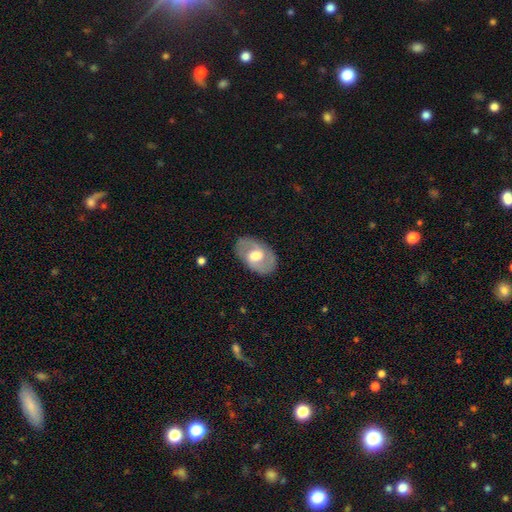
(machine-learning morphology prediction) featured or disk 62%, smooth 33%, star or artifact 6%. Down the decision tree: edge-on disk — no (93%); bar — no (44%); spiral arms — yes (63%); bulge size — moderate (61%); merging — none (83%).